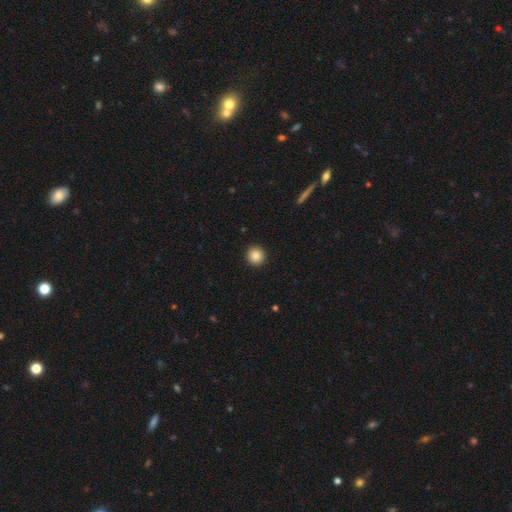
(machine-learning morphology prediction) The model was most divided on "smooth or featured": smooth: 87%, star or artifact: 9%, featured or disk: 4%. More confident: how rounded — round (94%); merging — none (93%).